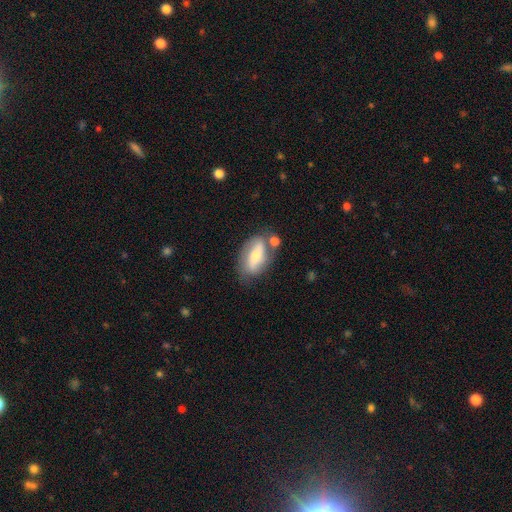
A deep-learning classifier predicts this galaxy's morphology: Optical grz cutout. It shows a featured or disk galaxy (48%). Merging: none (57%).